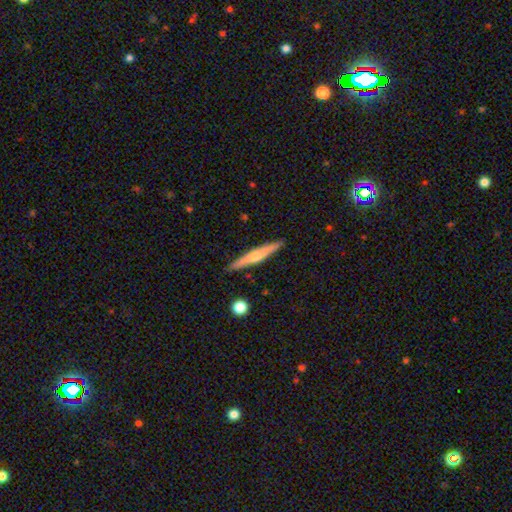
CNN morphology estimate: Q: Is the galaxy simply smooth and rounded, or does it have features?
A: featured or disk — 63%.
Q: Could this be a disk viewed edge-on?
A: yes — 97%.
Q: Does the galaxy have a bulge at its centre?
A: rounded — 82%.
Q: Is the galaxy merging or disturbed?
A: none — 91%.